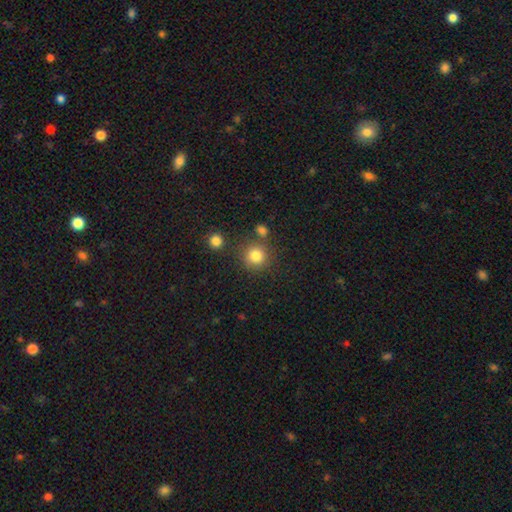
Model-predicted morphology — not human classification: Smooth or featured?
  - smooth: 82% *
  - star or artifact: 12%
  - featured or disk: 6%
How rounded?
  - round: 92% *
  - in between: 7%
  - cigar-shaped: 1%
Merging?
  - none: 79% *
  - minor disturbance: 9%
  - merger: 9%
  - major disturbance: 4%